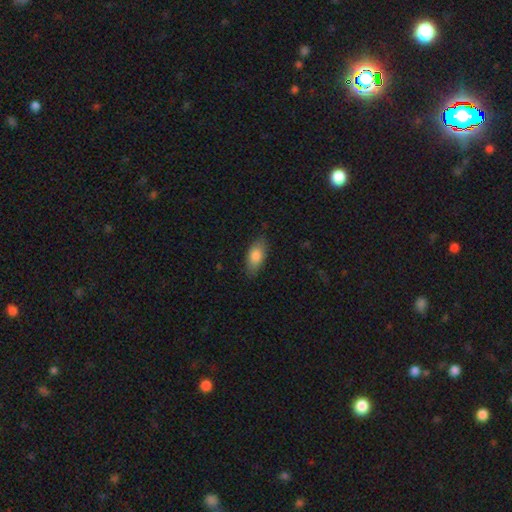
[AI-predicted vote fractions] This appears to be a smooth galaxy with no disk features (82%) that is in between round and cigar-shaped (89%). Merging: none (82%).